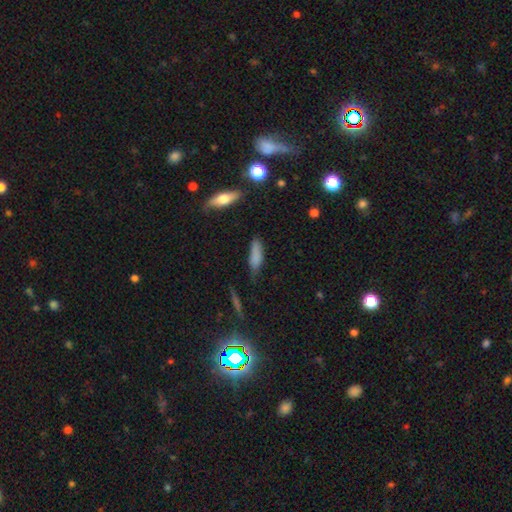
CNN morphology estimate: Smooth or featured?
  - smooth: 80% *
  - featured or disk: 11%
  - star or artifact: 9%
How rounded?
  - cigar-shaped: 54% *
  - in between: 44%
  - round: 2%
Merging?
  - none: 58% *
  - minor disturbance: 30%
  - major disturbance: 8%
  - merger: 4%